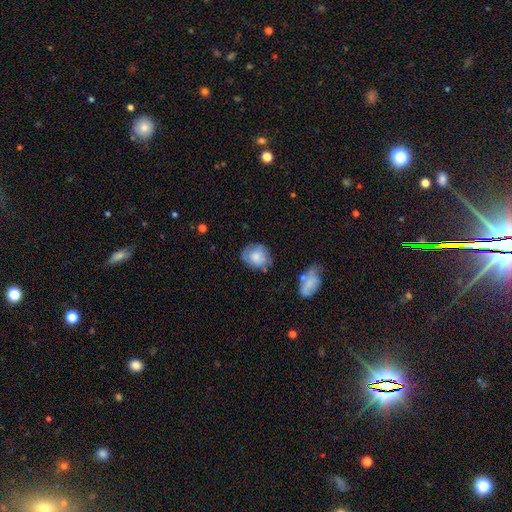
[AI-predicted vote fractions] smooth 68%, featured or disk 24%, star or artifact 8%. Down the decision tree: how rounded — round (64%); merging — none (63%).